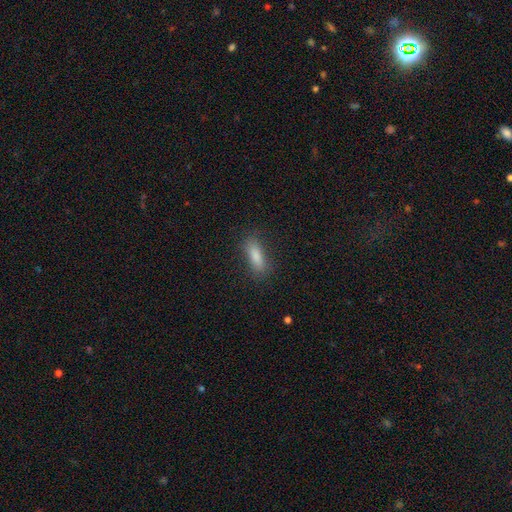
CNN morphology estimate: smooth-or-featured: smooth: 79% | featured or disk: 11% | star or artifact: 10%
  how-rounded: in between: 54% | cigar-shaped: 43% | round: 3%
  merging: none: 84% | minor disturbance: 11% | major disturbance: 4% | merger: 1%